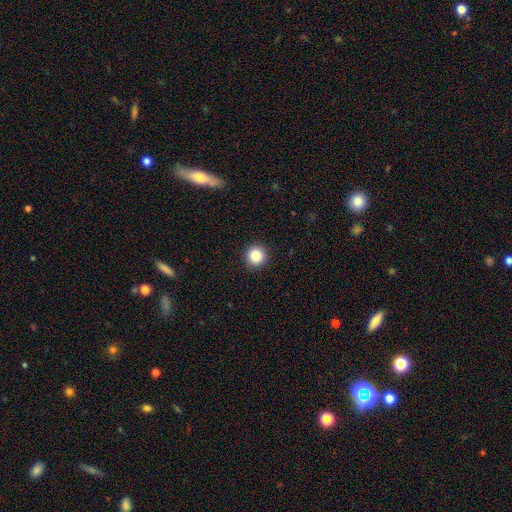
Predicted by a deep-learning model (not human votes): smooth-or-featured: smooth: 84% | star or artifact: 11% | featured or disk: 5%
  how-rounded: round: 95% | in between: 4% | cigar-shaped: 1%
  merging: none: 93% | minor disturbance: 5% | major disturbance: 2% | merger: 1%